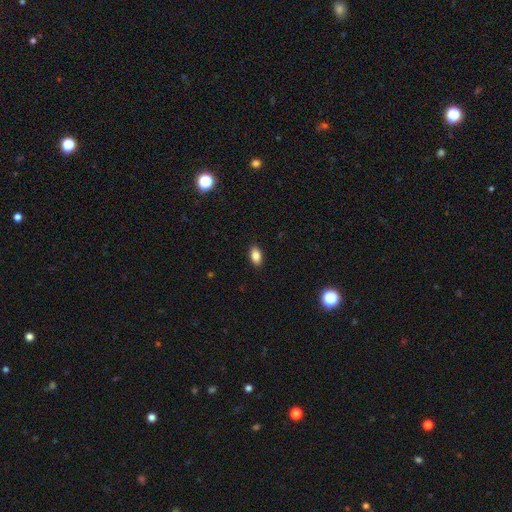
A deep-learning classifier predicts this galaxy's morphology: Smooth or featured: smooth — 85% (star or artifact — 8%)
How rounded: in between — 90% (round — 7%)
Merging: none — 89% (minor disturbance — 8%)